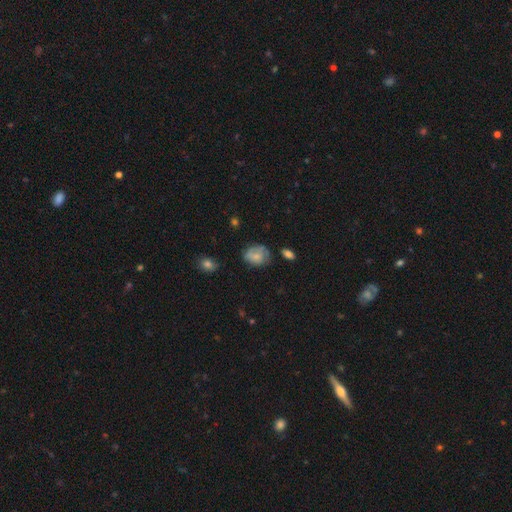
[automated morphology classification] The model was most divided on "how rounded": in between: 54%, round: 44%, cigar-shaped: 1%. More confident: smooth or featured — smooth (66%); merging — none (51%).